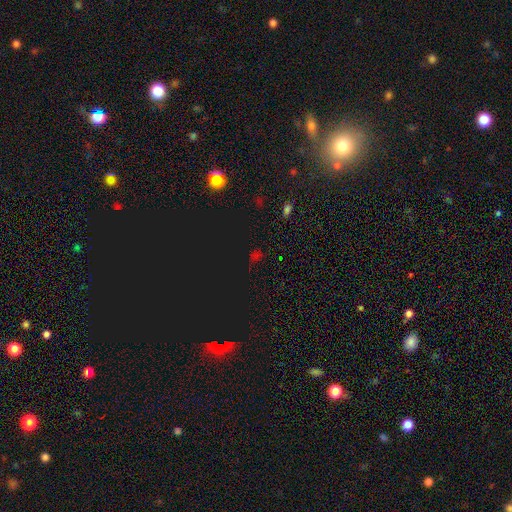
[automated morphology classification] A star or artifact, not a galaxy (69%).